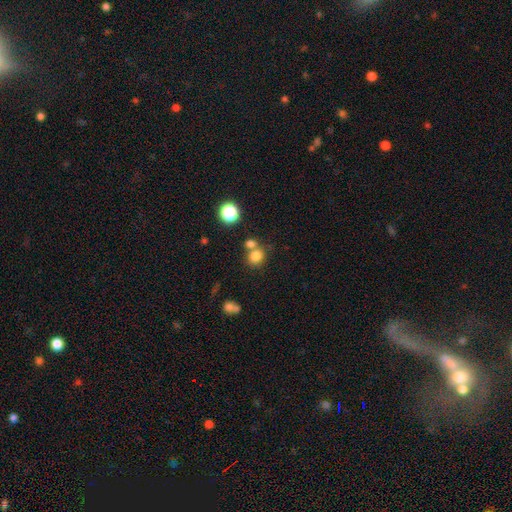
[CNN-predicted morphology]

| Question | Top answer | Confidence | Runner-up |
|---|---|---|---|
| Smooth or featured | smooth | 78% | star or artifact (14%) |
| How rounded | round | 81% | in between (18%) |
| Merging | none | 57% | merger (30%) |